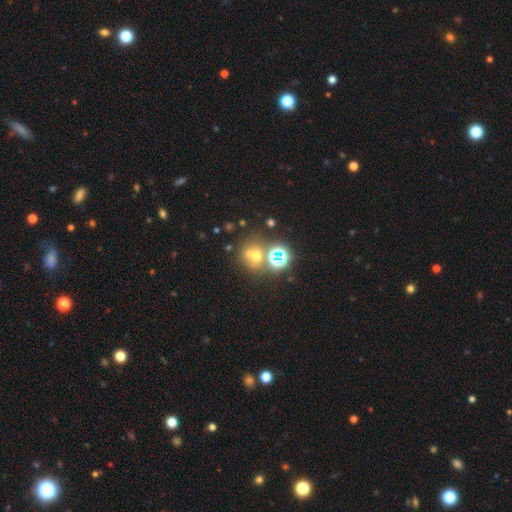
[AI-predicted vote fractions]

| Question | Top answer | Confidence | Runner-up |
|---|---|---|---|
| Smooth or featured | smooth | 47% | star or artifact (36%) |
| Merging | none | 45% | merger (40%) |